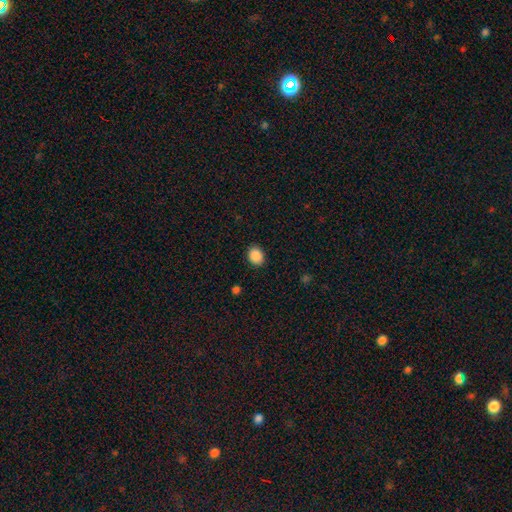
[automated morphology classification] A smooth galaxy with no disk features (89%) that is in between round and cigar-shaped (52%).

Vote fractions:
- Smooth or featured? smooth: 89% / star or artifact: 8% / featured or disk: 3%
- How rounded? in between: 52% / round: 48% / cigar-shaped: 1%
- Merging? none: 89% / minor disturbance: 8% / major disturbance: 2% / merger: 1%